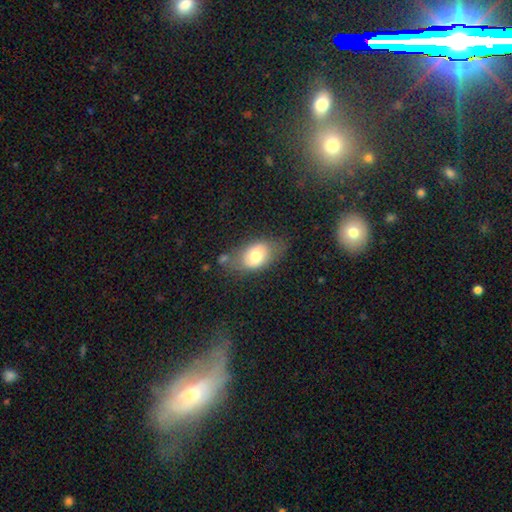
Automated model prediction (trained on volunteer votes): smooth 68%, featured or disk 24%, star or artifact 8%. Down the decision tree: how rounded — in between (81%); merging — none (57%).